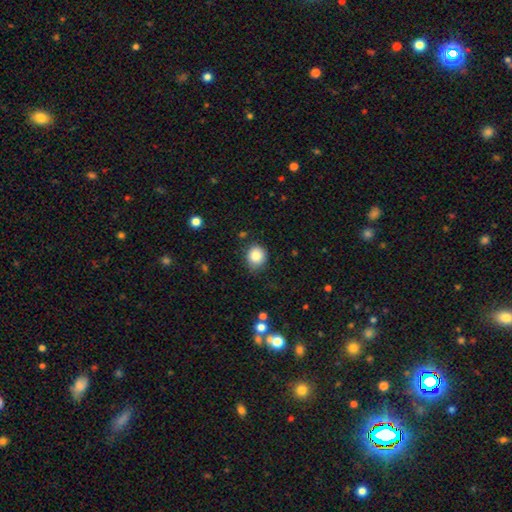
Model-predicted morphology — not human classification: smooth-or-featured: smooth: 84% | star or artifact: 10% | featured or disk: 6%
  how-rounded: round: 78% | in between: 21% | cigar-shaped: 1%
  merging: none: 78% | minor disturbance: 17% | major disturbance: 3% | merger: 2%